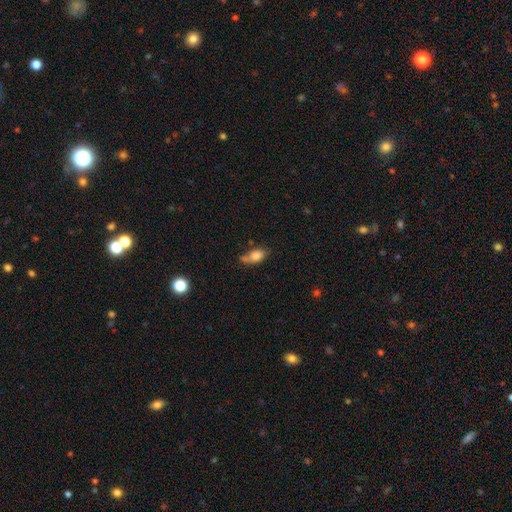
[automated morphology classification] Overall: smooth (77%). How rounded: in between (82%). Merging: none (44%; minor disturbance 31%).